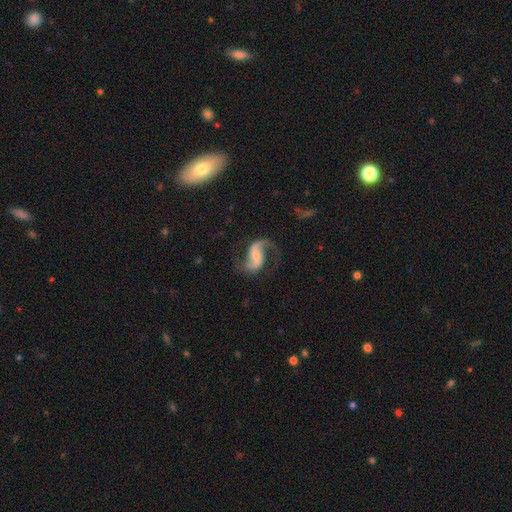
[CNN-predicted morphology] Q: Smooth or featured?
A: featured or disk (89%); runner-up: smooth (6%)
Q: Edge-on disk?
A: no (98%); runner-up: yes (2%)
Q: Bar?
A: weak (39%); runner-up: no (33%)
Q: Spiral arms?
A: yes (97%); runner-up: no (3%)
Q: Spiral winding?
A: loose (59%); runner-up: medium (34%)
Q: Spiral arm count?
A: 2 (91%); runner-up: 1 (5%)
Q: Bulge size?
A: small (50%); runner-up: moderate (37%)
Q: Merging?
A: none (71%); runner-up: minor disturbance (15%)